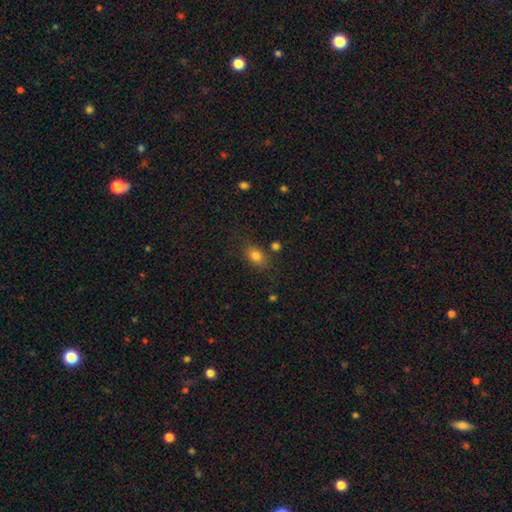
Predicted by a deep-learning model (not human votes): Morphology: type=smooth (81%); roundness=in between (77%); merging=none (75%).